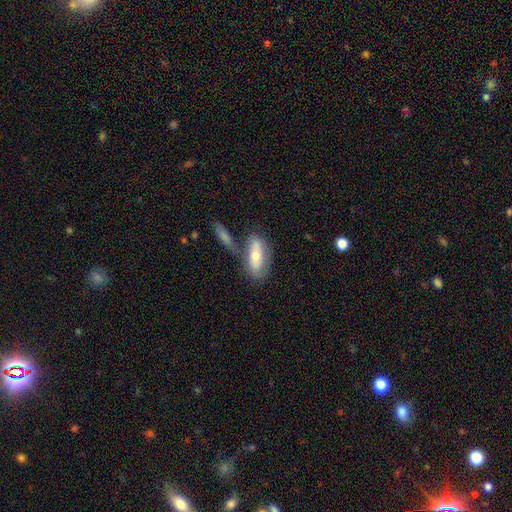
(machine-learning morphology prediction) Smooth or featured?
  - smooth: 51% *
  - featured or disk: 42%
  - star or artifact: 8%
How rounded?
  - in between: 73% *
  - cigar-shaped: 24%
  - round: 3%
Merging?
  - none: 54% *
  - merger: 26%
  - minor disturbance: 14%
  - major disturbance: 6%